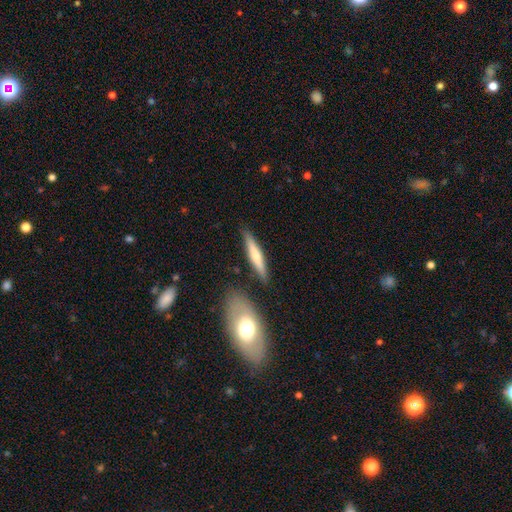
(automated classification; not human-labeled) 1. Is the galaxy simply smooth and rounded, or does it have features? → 56% smooth, 38% featured or disk, 6% star or artifact.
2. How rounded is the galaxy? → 90% cigar-shaped, 8% in between, 2% round.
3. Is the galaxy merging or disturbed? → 84% none, 10% minor disturbance, 4% merger, 2% major disturbance.